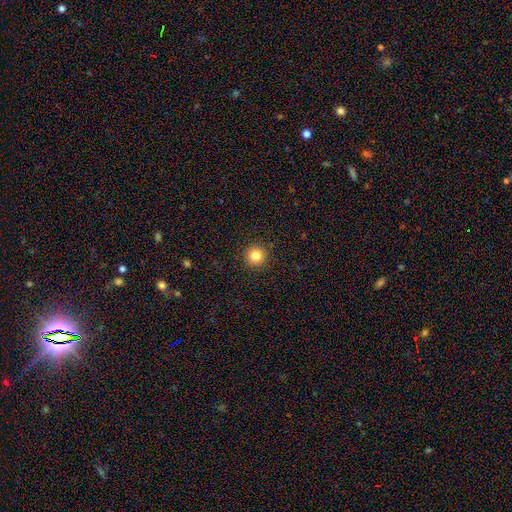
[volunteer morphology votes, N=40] smooth 82%, star or artifact 12%, featured or disk 5%. Down the decision tree: how rounded — round (97%); merging — none (97%).